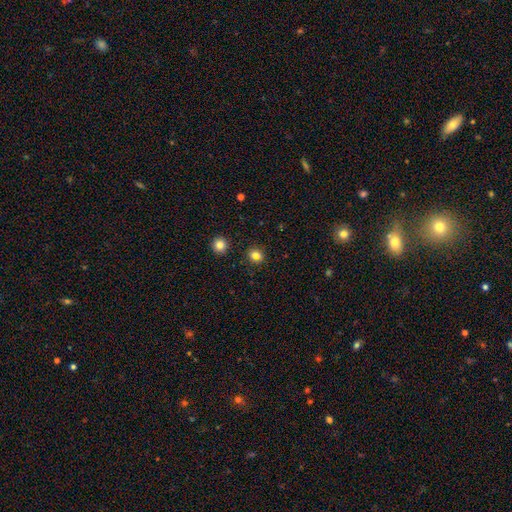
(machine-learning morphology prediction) This is likely a smooth galaxy (78%). How rounded: likely round (71%). Merging: clearly none (86%).